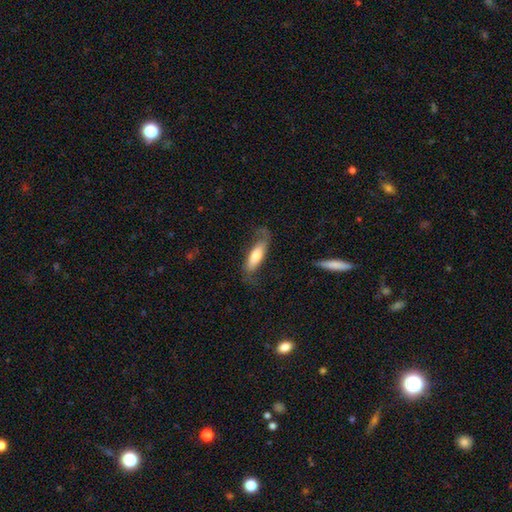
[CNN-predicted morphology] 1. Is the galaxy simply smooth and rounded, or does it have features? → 58% smooth, 36% featured or disk, 6% star or artifact.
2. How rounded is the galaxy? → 52% in between, 46% cigar-shaped, 2% round.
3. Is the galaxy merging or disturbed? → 54% none, 25% minor disturbance, 19% major disturbance, 2% merger.